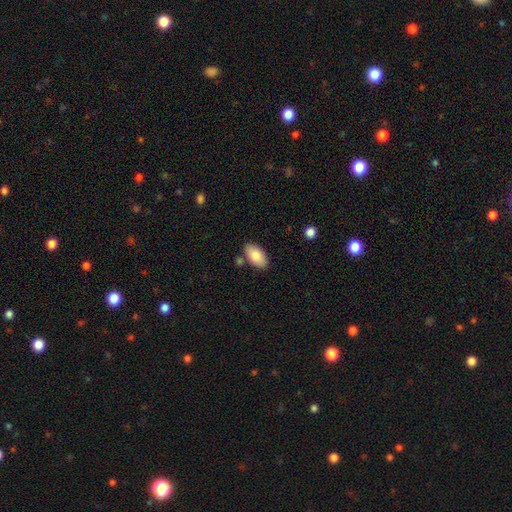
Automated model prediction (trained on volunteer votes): A smooth galaxy with no disk features (83%) that is in between round and cigar-shaped (95%).

Vote fractions:
- Smooth or featured? smooth: 83% / featured or disk: 11% / star or artifact: 6%
- How rounded? in between: 95% / round: 3% / cigar-shaped: 2%
- Merging? none: 80% / minor disturbance: 12% / merger: 6% / major disturbance: 2%